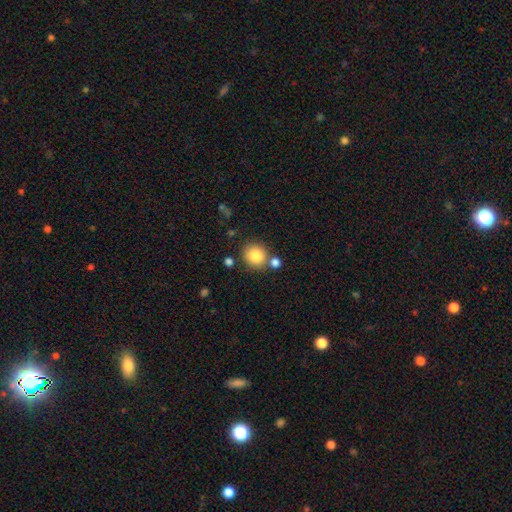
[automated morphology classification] Q: Smooth or featured?
A: smooth (85%); runner-up: star or artifact (9%)
Q: How rounded?
A: round (87%); runner-up: in between (12%)
Q: Merging?
A: none (74%); runner-up: merger (13%)